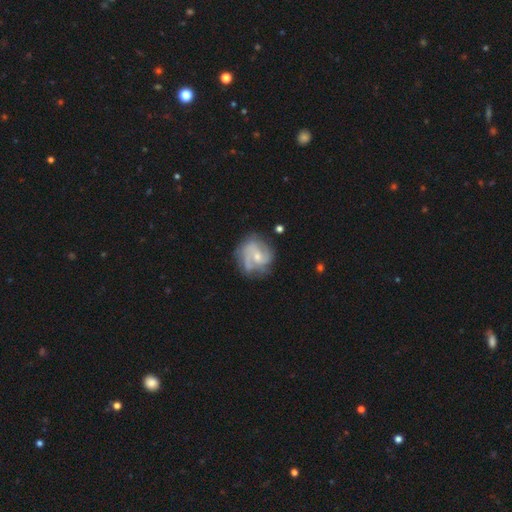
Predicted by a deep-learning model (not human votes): This appears to be a featured or disk galaxy (80%) with no bar (52%), 2 (38%) medium (46%) spiral arms (94%) and a small central bulge (51%). Merging: none (68%).